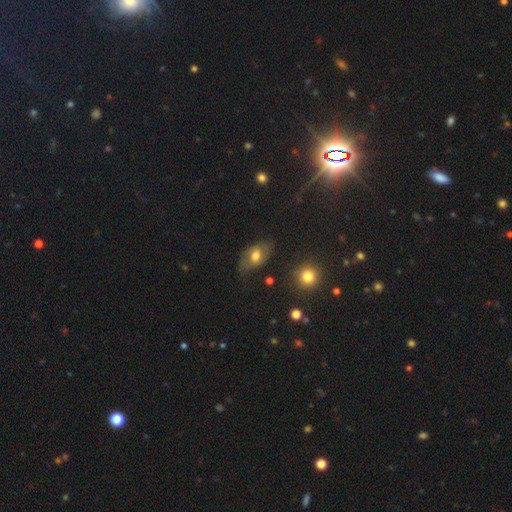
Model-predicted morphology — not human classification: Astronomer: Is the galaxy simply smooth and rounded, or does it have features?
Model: smooth — 55% (runner-up: featured or disk, 35%).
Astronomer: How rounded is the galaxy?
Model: in between — 85%.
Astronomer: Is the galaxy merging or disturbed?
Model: none — 70%.